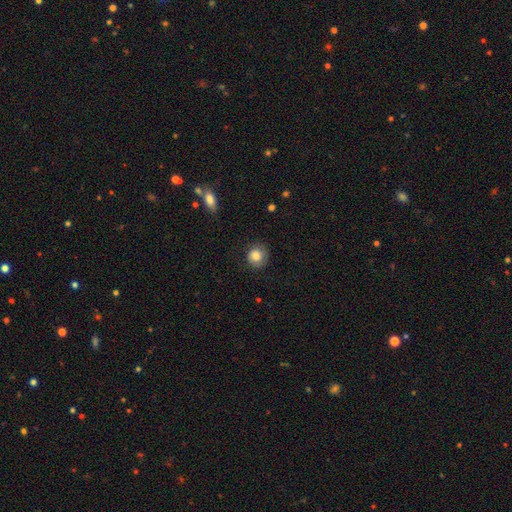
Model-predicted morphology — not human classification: This appears to be a smooth galaxy with no disk features (80%) that is round (86%). Merging: none (75%).